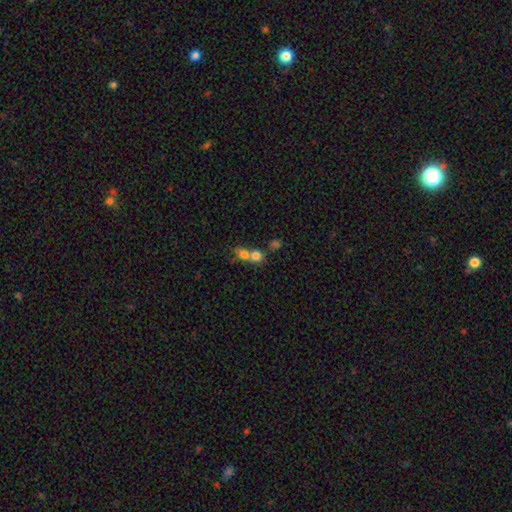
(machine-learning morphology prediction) type=smooth (74%); roundness=round (71%); merging=merger (62%).